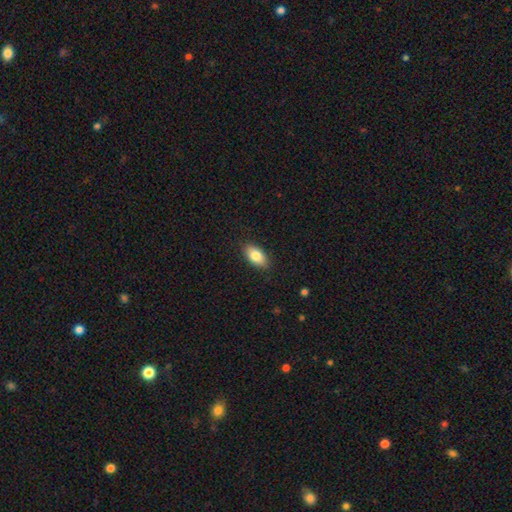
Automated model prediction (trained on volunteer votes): smooth-or-featured: smooth: 82% | featured or disk: 11% | star or artifact: 7%
  how-rounded: in between: 92% | round: 4% | cigar-shaped: 4%
  merging: none: 88% | minor disturbance: 9% | major disturbance: 2% | merger: 1%